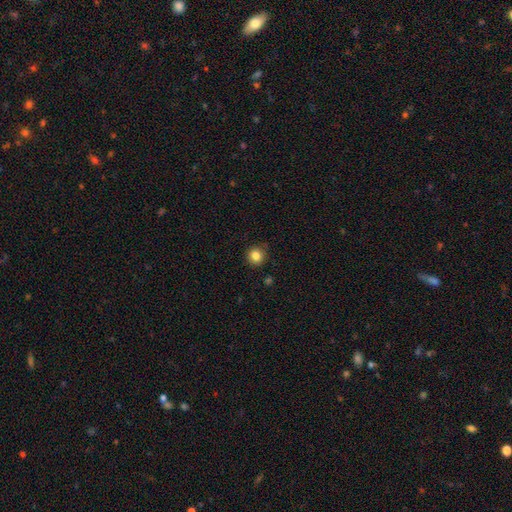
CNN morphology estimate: The model was most divided on "smooth or featured": smooth: 84%, star or artifact: 11%, featured or disk: 5%. More confident: how rounded — round (92%); merging — none (89%).